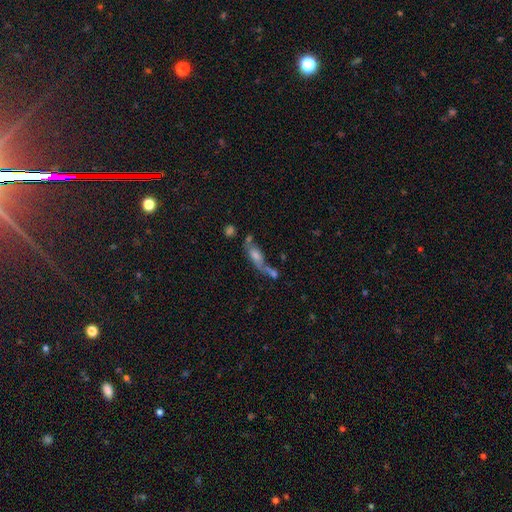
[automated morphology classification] smooth_or_featured: featured or disk (p=0.45) [alt: smooth p=0.38]
merging: merger (p=0.35) [alt: none p=0.30]